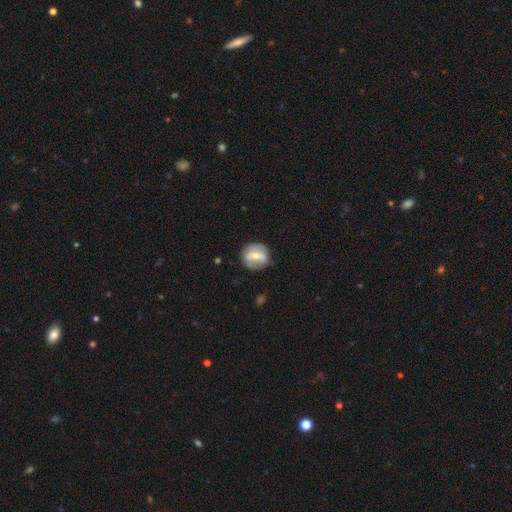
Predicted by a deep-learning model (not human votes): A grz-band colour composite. It shows a smooth galaxy with no disk features (48%). Merging: none (80%).